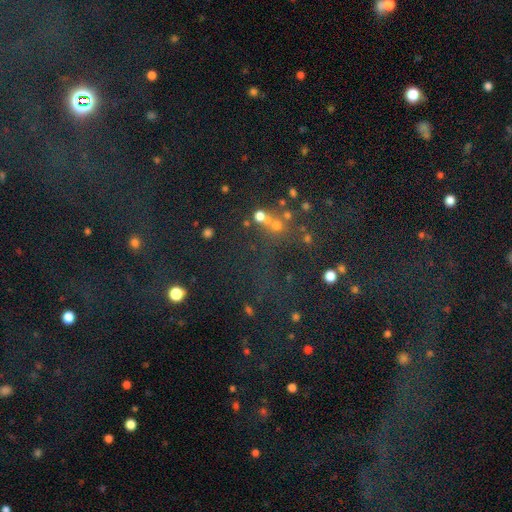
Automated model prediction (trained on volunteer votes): smooth_or_featured: star or artifact (p=0.73) [alt: smooth p=0.16]